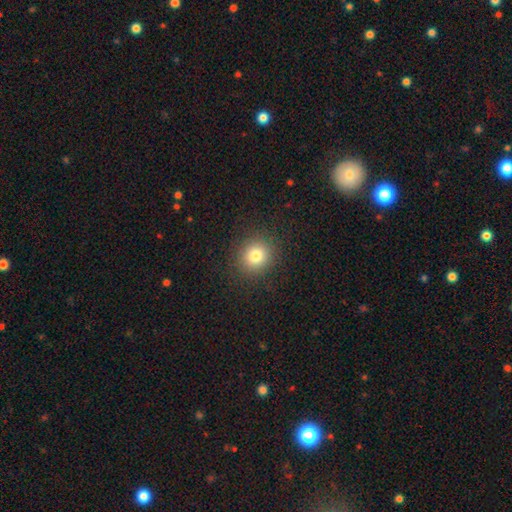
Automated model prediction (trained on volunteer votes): Overall: smooth (79%). How rounded: round (88%). Merging: none (90%).